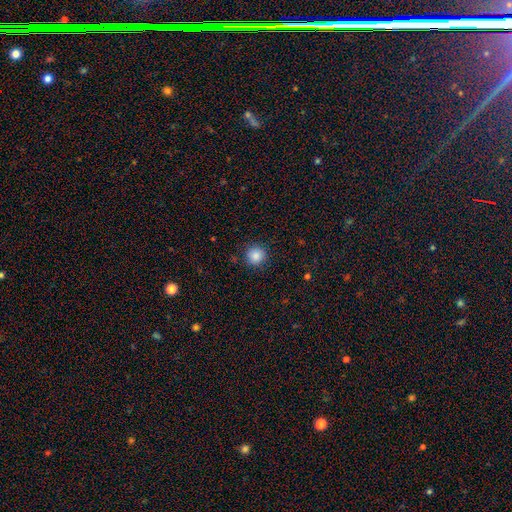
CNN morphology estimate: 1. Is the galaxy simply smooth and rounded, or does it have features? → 86% smooth, 10% star or artifact, 4% featured or disk.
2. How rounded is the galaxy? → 94% round, 5% in between, 1% cigar-shaped.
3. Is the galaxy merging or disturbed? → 89% none, 8% minor disturbance, 2% major disturbance, 1% merger.